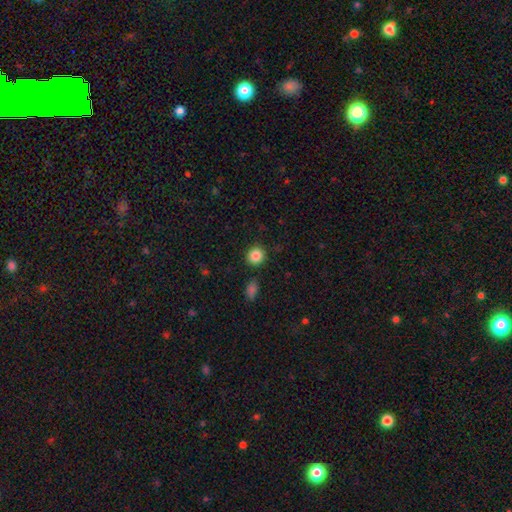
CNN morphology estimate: Overall: smooth (86%). How rounded: round (86%). Merging: none (88%).